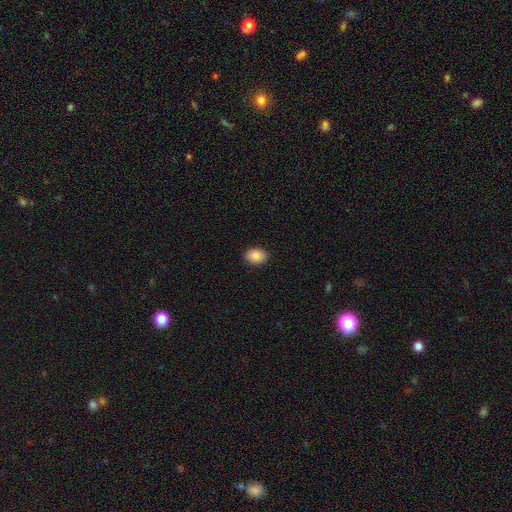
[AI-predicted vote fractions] Smooth or featured? smooth (89%)
How rounded? in between (74%)
Merging? none (91%)